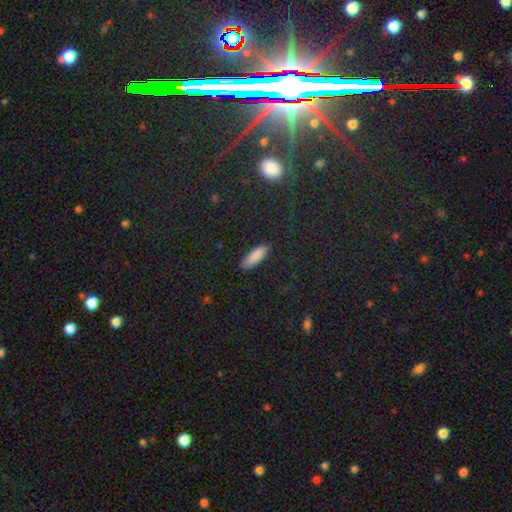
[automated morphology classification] type=smooth (87%); roundness=in between (67%); merging=none (87%).